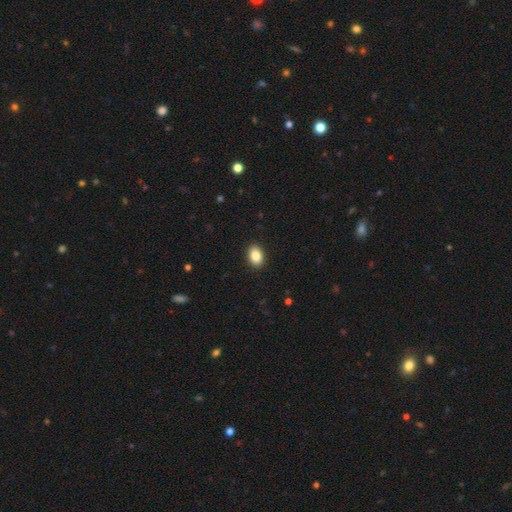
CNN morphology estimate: type=smooth (87%); roundness=in between (81%); merging=none (91%).